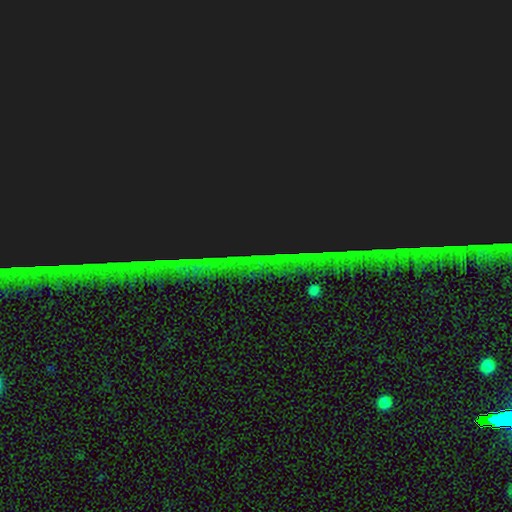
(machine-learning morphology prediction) Smooth or featured: star or artifact — 87% (featured or disk — 7%)